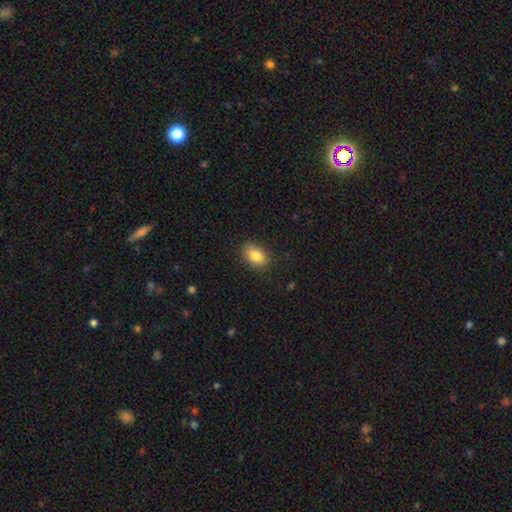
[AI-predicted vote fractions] Smooth or featured? Predicted: smooth (p=0.84). How rounded? Predicted: in between (p=0.86). Merging? Predicted: none (p=0.85).